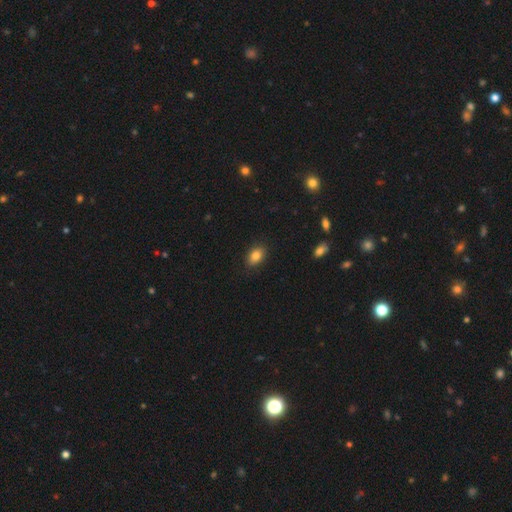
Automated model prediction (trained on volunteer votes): Smooth or featured?
  - smooth: 85% *
  - star or artifact: 9%
  - featured or disk: 6%
How rounded?
  - in between: 84% *
  - round: 15%
  - cigar-shaped: 2%
Merging?
  - none: 87% *
  - minor disturbance: 10%
  - major disturbance: 2%
  - merger: 1%